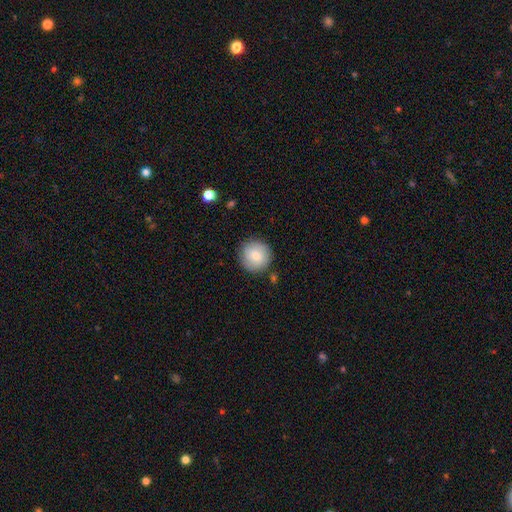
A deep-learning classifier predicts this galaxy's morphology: smooth 80%, featured or disk 13%, star or artifact 7%. Down the decision tree: how rounded — round (95%); merging — none (87%).